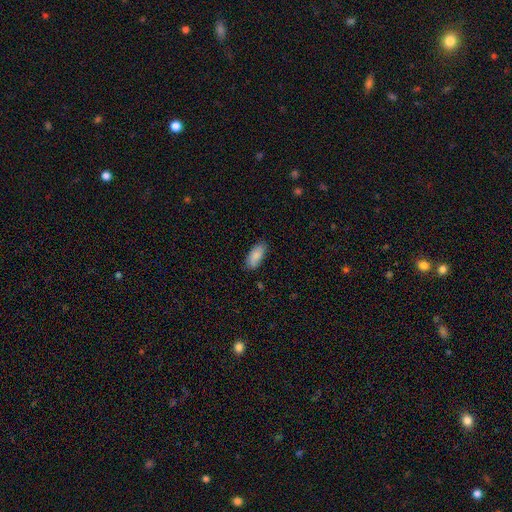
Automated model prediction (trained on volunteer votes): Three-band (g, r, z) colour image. It shows a smooth galaxy with no disk features (86%) that is in between round and cigar-shaped (85%). Merging: none (81%).